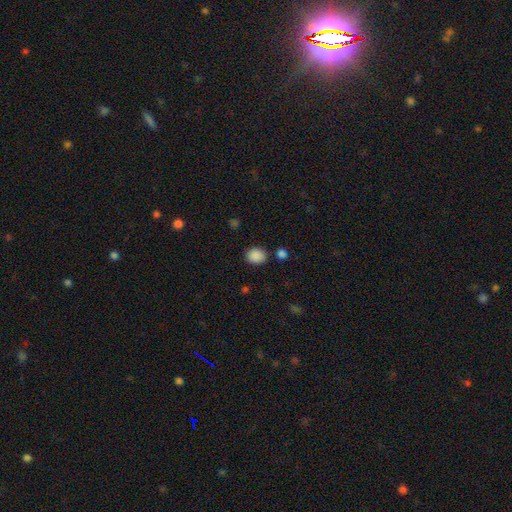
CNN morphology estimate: Smooth or featured?
  - smooth: 88% *
  - star or artifact: 9%
  - featured or disk: 3%
How rounded?
  - round: 59% *
  - in between: 41%
  - cigar-shaped: 1%
Merging?
  - none: 80% *
  - minor disturbance: 12%
  - merger: 5%
  - major disturbance: 3%